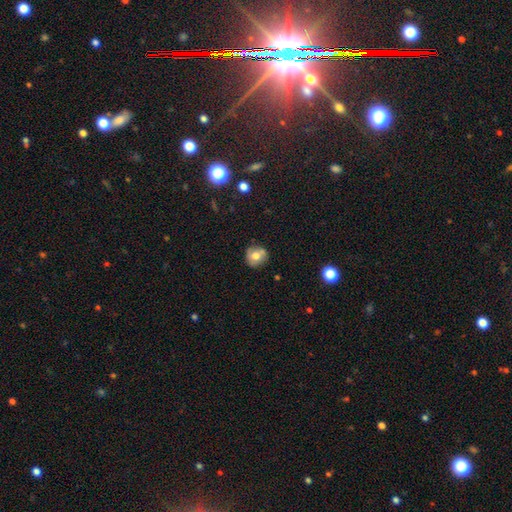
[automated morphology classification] The model was most divided on "smooth or featured": smooth: 63%, featured or disk: 28%, star or artifact: 10%. More confident: how rounded — round (83%); merging — none (73%).